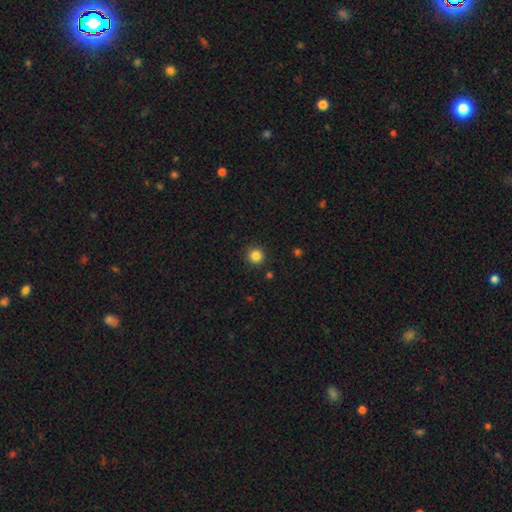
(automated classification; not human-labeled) Smooth or featured?
  - smooth: 84% *
  - star or artifact: 12%
  - featured or disk: 4%
How rounded?
  - round: 94% *
  - in between: 5%
  - cigar-shaped: 1%
Merging?
  - none: 90% *
  - minor disturbance: 6%
  - major disturbance: 2%
  - merger: 2%